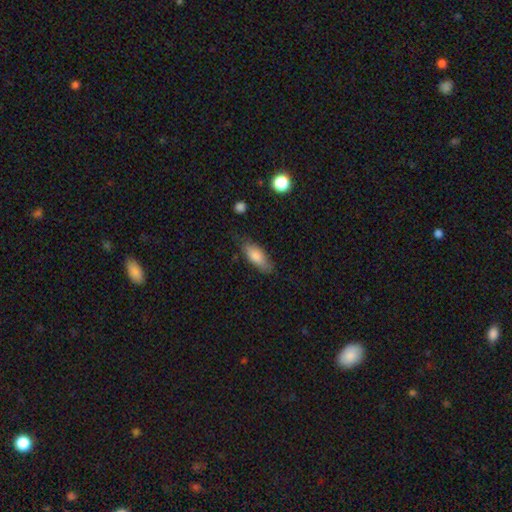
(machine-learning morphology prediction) This is likely a smooth galaxy (79%). How rounded: likely in between (72%). Merging: likely none (69%).